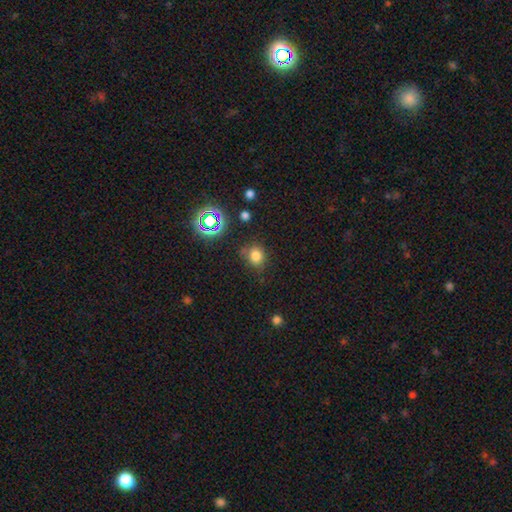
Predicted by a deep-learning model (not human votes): smooth_or_featured: smooth (p=0.74) [alt: star or artifact p=0.19]
how_rounded: round (p=0.71) [alt: in between p=0.27]
merging: none (p=0.71) [alt: minor disturbance p=0.18]